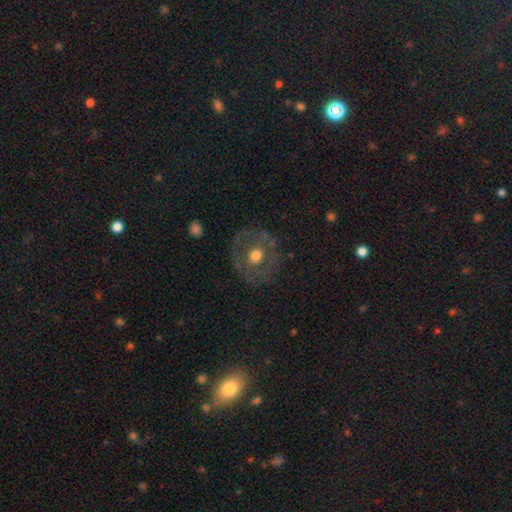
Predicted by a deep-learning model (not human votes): smooth-or-featured: smooth: 46% | featured or disk: 45% | star or artifact: 9%
  merging: none: 79% | minor disturbance: 13% | major disturbance: 7% | merger: 2%